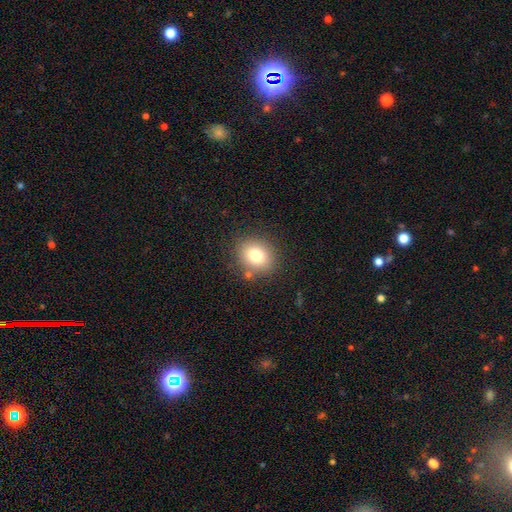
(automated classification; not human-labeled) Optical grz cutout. It shows a smooth galaxy with no disk features (77%) that is round (66%). Merging: none (83%).